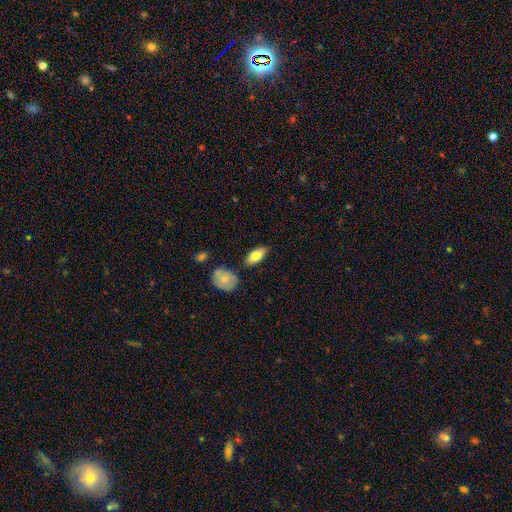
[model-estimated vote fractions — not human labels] Smooth or featured: smooth — 77% (featured or disk — 17%)
How rounded: in between — 90% (cigar-shaped — 7%)
Merging: none — 76% (minor disturbance — 17%)